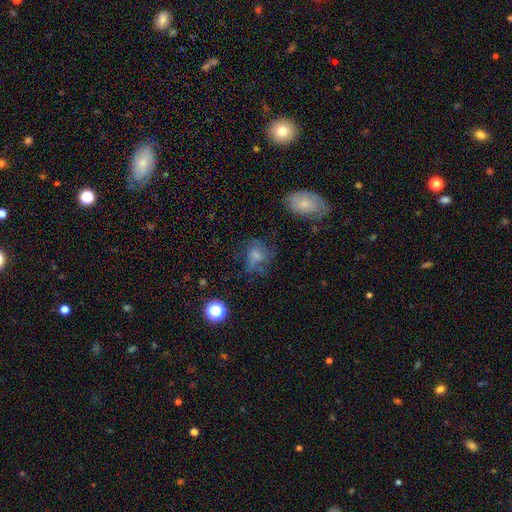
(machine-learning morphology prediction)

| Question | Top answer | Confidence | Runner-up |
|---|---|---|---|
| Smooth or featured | smooth | 50% | featured or disk (34%) |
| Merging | none | 50% | major disturbance (24%) |